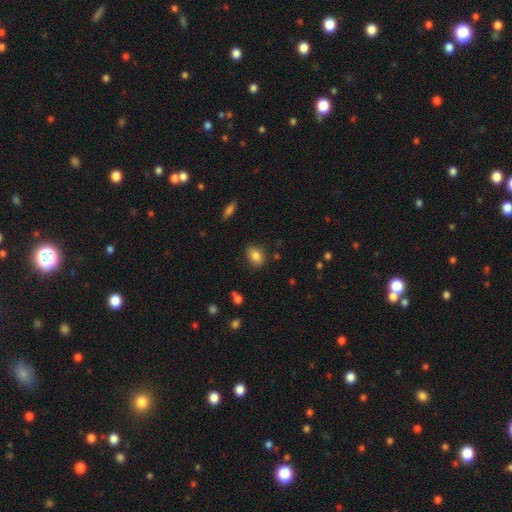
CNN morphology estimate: Smooth or featured? Predicted: smooth (p=0.83). How rounded? Predicted: in between (p=0.75). Merging? Predicted: none (p=0.81).